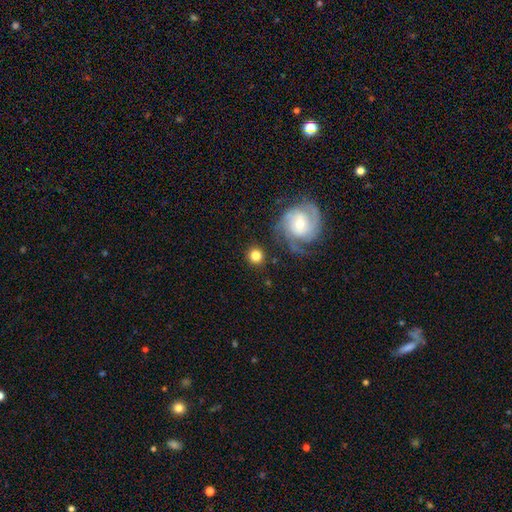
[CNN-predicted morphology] A smooth galaxy with no disk features (77%) that is round (90%).

Vote fractions:
- Smooth or featured? smooth: 77% / featured or disk: 15% / star or artifact: 7%
- How rounded? round: 90% / in between: 9% / cigar-shaped: 1%
- Merging? none: 81% / minor disturbance: 9% / merger: 5% / major disturbance: 5%